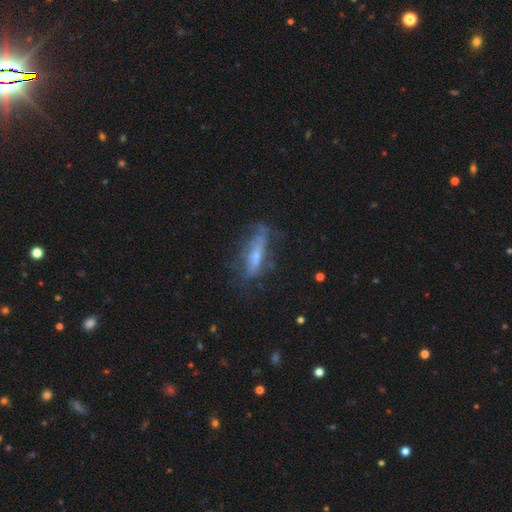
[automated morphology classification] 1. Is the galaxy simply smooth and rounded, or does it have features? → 56% featured or disk, 35% smooth, 9% star or artifact.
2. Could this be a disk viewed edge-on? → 60% no, 40% yes.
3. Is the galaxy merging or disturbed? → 49% none, 26% minor disturbance, 22% major disturbance, 3% merger.